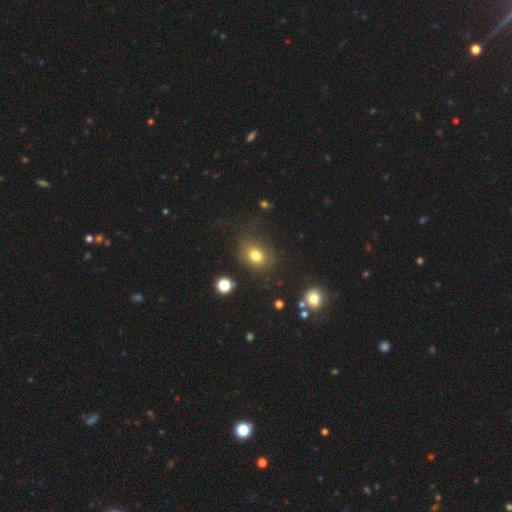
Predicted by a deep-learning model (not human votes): smooth-or-featured: smooth: 75% | star or artifact: 13% | featured or disk: 11%
  how-rounded: in between: 53% | round: 46% | cigar-shaped: 1%
  merging: none: 68% | minor disturbance: 18% | major disturbance: 10% | merger: 3%